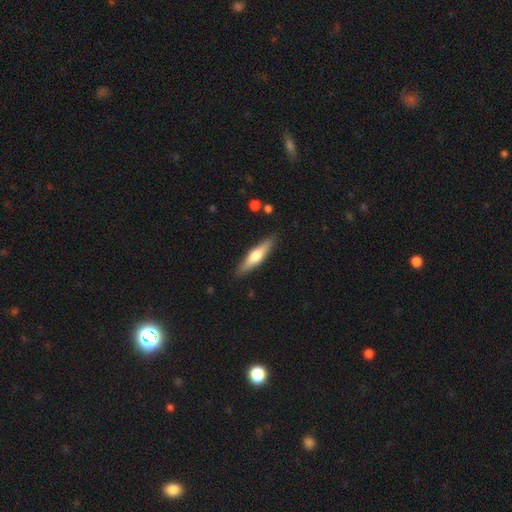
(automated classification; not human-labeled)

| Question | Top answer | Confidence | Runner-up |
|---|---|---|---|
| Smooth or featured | featured or disk | 48% | smooth (47%) |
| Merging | none | 88% | minor disturbance (9%) |